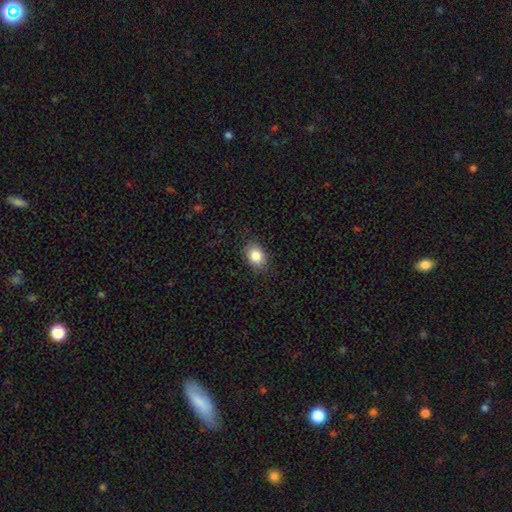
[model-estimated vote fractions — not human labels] This appears to be a smooth galaxy with no disk features (84%) that is in between round and cigar-shaped (69%). Merging: none (84%).